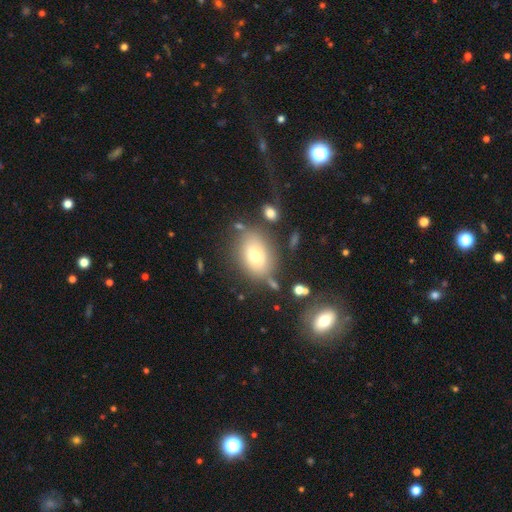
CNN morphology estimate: Smooth or featured? smooth (65%)
How rounded? in between (74%)
Merging? none (69%)